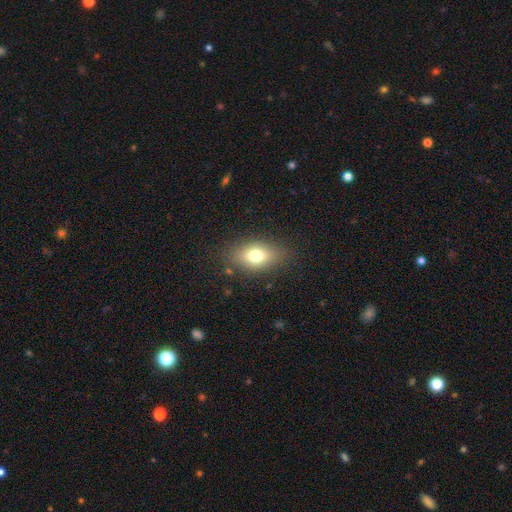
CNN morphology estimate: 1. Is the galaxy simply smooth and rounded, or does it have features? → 73% smooth, 17% featured or disk, 10% star or artifact.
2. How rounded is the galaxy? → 82% in between, 14% round, 4% cigar-shaped.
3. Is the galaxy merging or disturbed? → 82% none, 12% minor disturbance, 4% major disturbance, 1% merger.